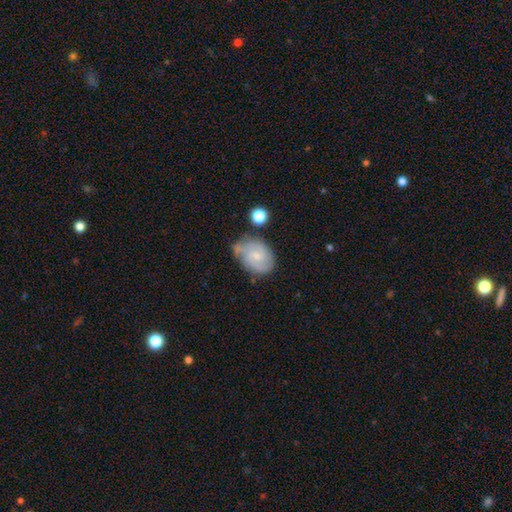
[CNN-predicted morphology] type=featured or disk (60%); edge-on=no (97%); bar=no (63%); spiral arms=yes (87%); winding=tight (53%); arm count=2 (50%); bulge=small (67%); merging=none (53%).